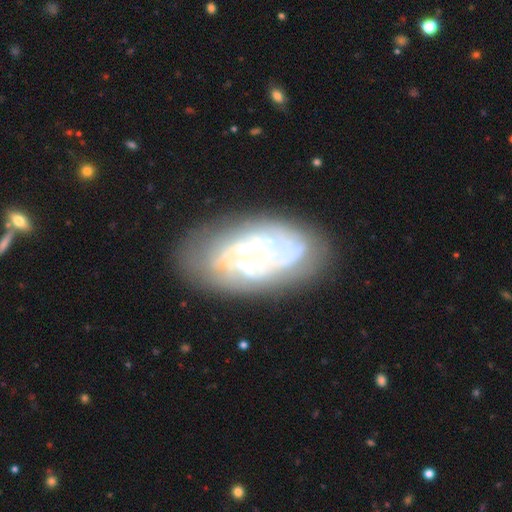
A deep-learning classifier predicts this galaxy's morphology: Q: Smooth or featured?
A: featured or disk (76%); runner-up: smooth (17%)
Q: Edge-on disk?
A: no (95%); runner-up: yes (5%)
Q: Bar?
A: no (79%); runner-up: weak (16%)
Q: Spiral arms?
A: yes (71%); runner-up: no (29%)
Q: Spiral winding?
A: tight (66%); runner-up: medium (25%)
Q: Spiral arm count?
A: can't tell (52%); runner-up: 2 (18%)
Q: Bulge size?
A: small (74%); runner-up: moderate (16%)
Q: Merging?
A: none (67%); runner-up: minor disturbance (20%)